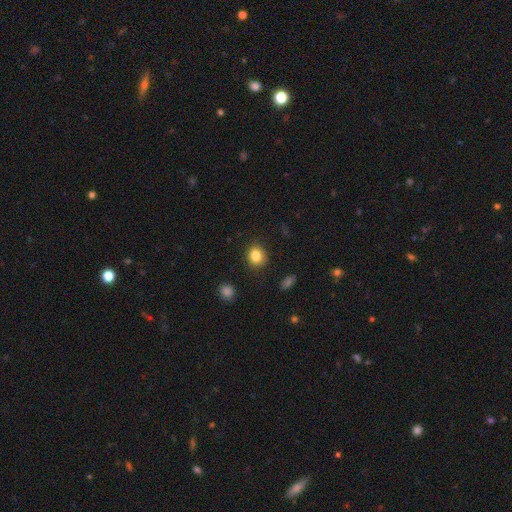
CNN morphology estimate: smooth_or_featured: smooth (p=0.84) [alt: star or artifact p=0.10]
how_rounded: round (p=0.73) [alt: in between p=0.26]
merging: none (p=0.87) [alt: minor disturbance p=0.09]